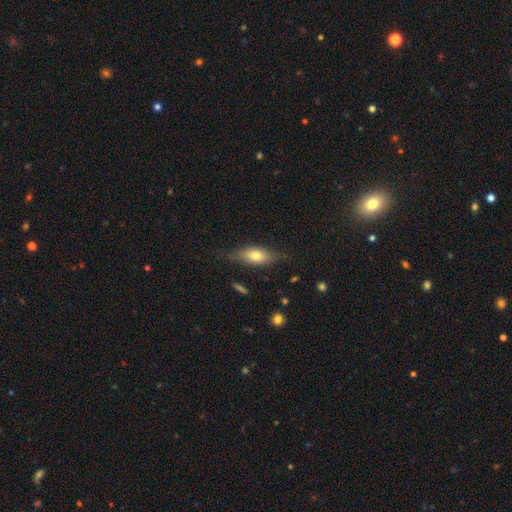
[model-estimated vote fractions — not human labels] Smooth or featured? smooth (58%)
How rounded? in between (71%)
Merging? none (68%)